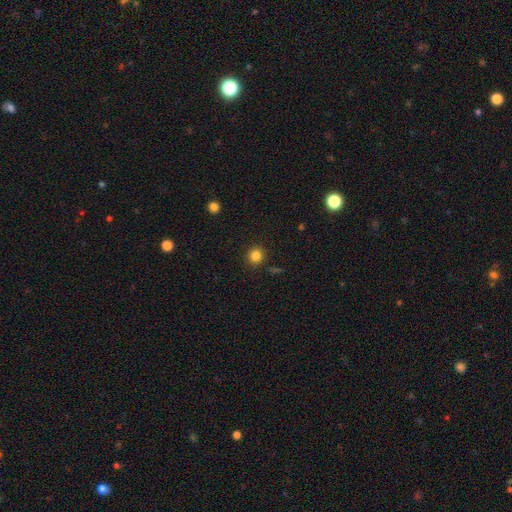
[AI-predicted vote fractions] A smooth galaxy with no disk features (83%) that is round (86%).

Vote fractions:
- Smooth or featured? smooth: 83% / star or artifact: 12% / featured or disk: 5%
- How rounded? round: 86% / in between: 13% / cigar-shaped: 1%
- Merging? none: 89% / minor disturbance: 7% / major disturbance: 2% / merger: 2%